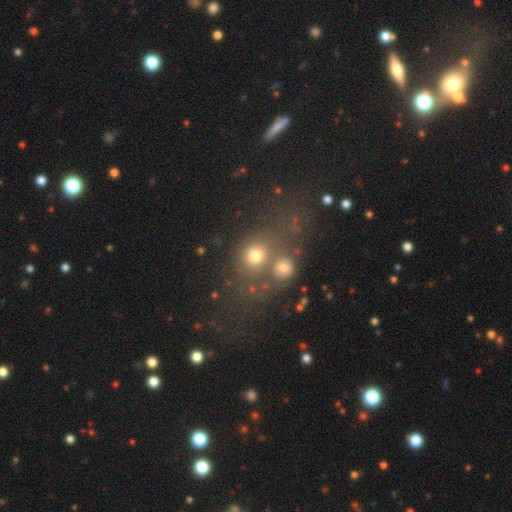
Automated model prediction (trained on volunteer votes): This appears to be a smooth galaxy with no disk features (71%) that is round (69%). Merging: none (41%, tied with merger).